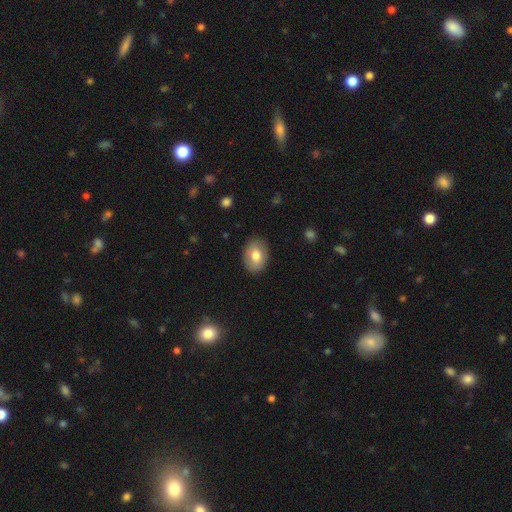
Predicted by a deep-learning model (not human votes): Morphology: type=smooth (75%); roundness=in between (78%); merging=none (86%).